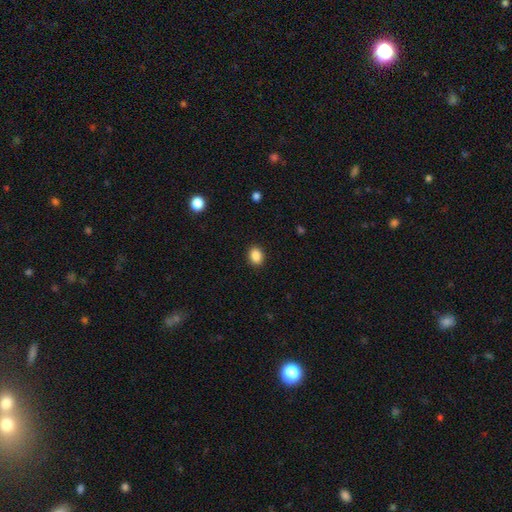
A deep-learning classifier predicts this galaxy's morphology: smooth-or-featured: smooth: 87% | star or artifact: 9% | featured or disk: 3%
  how-rounded: in between: 54% | round: 45% | cigar-shaped: 1%
  merging: none: 91% | minor disturbance: 7% | major disturbance: 2% | merger: 1%